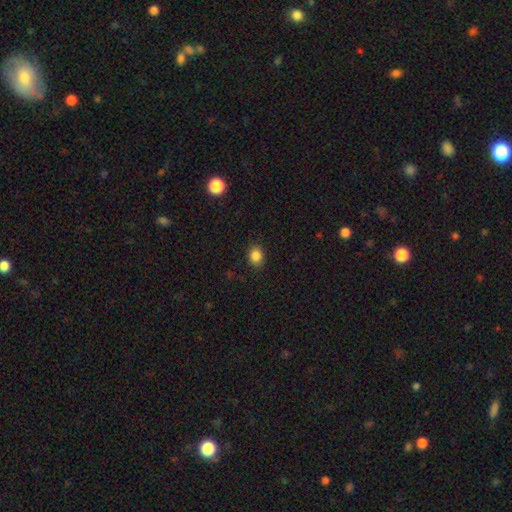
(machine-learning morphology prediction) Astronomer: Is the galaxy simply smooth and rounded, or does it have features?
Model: smooth — 86%.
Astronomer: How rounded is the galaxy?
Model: round — 50% (runner-up: in between, 49%).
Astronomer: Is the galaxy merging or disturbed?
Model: none — 86%.